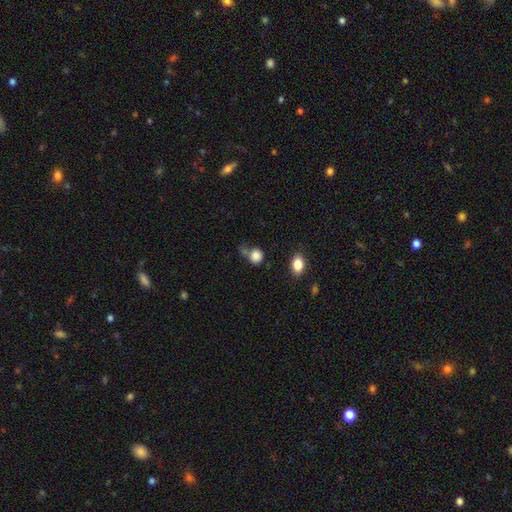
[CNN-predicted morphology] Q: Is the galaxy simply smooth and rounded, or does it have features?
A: smooth — 85%.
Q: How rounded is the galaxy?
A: round — 82%.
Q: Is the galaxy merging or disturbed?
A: none — 53%.